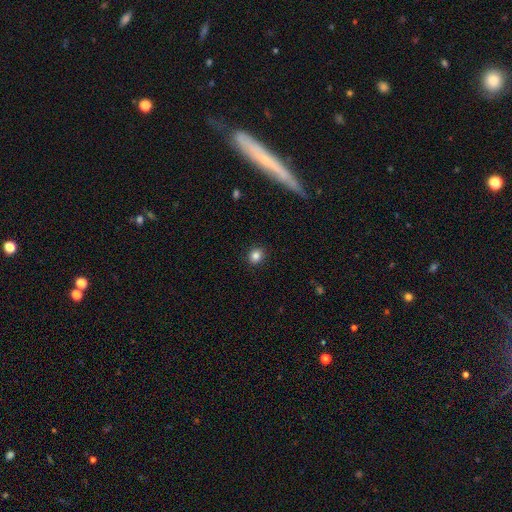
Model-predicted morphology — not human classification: Overall: smooth (84%). How rounded: round (80%). Merging: none (90%).